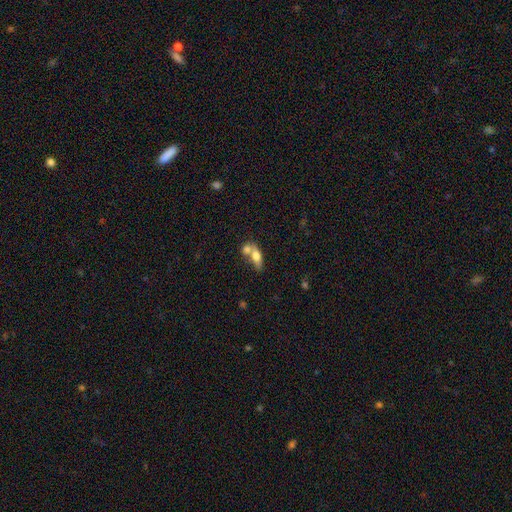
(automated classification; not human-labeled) smooth 59%, featured or disk 32%, star or artifact 9%. Down the decision tree: how rounded — in between (65%); merging — merger (50%).